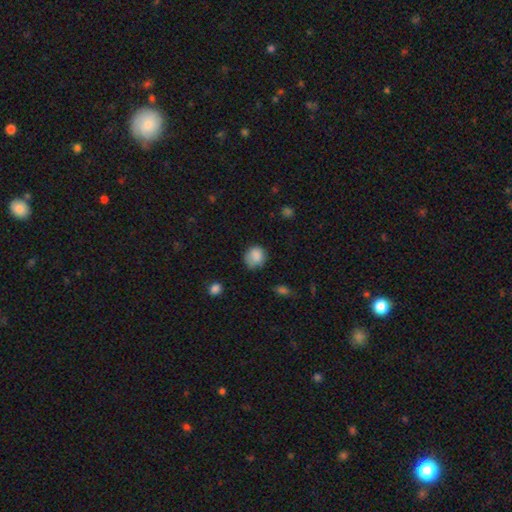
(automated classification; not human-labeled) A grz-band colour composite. It shows a smooth galaxy with no disk features (84%) that is round (80%). Merging: none (65%).